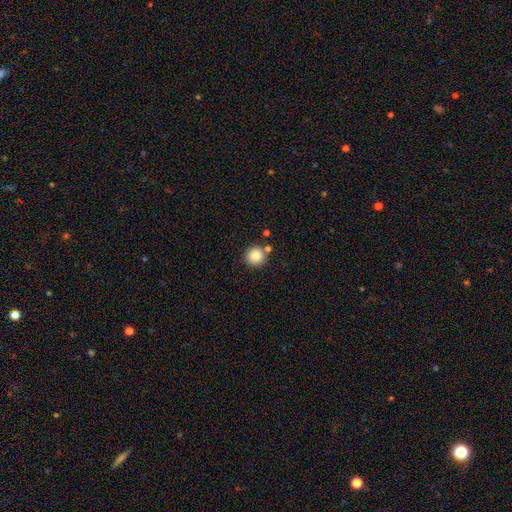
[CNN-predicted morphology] Q: Smooth or featured?
A: smooth (85%); runner-up: star or artifact (10%)
Q: How rounded?
A: round (94%); runner-up: in between (5%)
Q: Merging?
A: none (79%); runner-up: merger (11%)